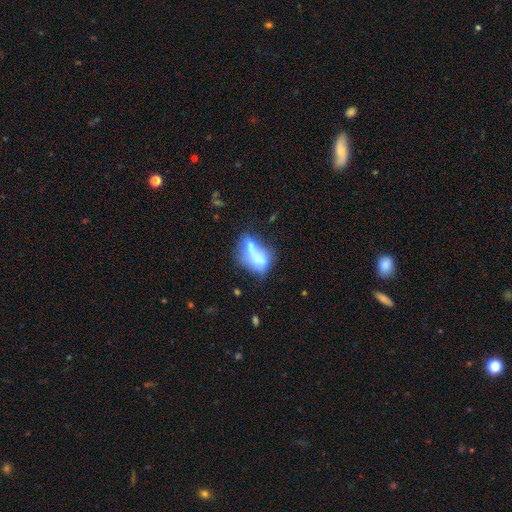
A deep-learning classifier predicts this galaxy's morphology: A smooth galaxy with no disk features (56%) that is in between round and cigar-shaped (80%).

Vote fractions:
- Smooth or featured? smooth: 56% / featured or disk: 34% / star or artifact: 10%
- How rounded? in between: 80% / round: 11% / cigar-shaped: 9%
- Merging? merger: 48% / none: 20% / major disturbance: 18% / minor disturbance: 14%